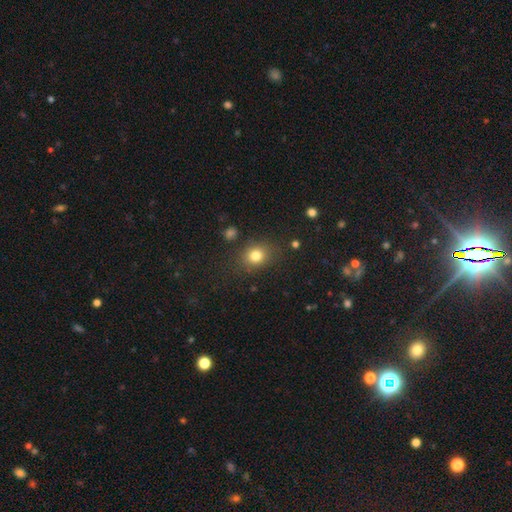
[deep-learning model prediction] Q: Smooth or featured?
A: smooth (80%); runner-up: star or artifact (13%)
Q: How rounded?
A: round (68%); runner-up: in between (31%)
Q: Merging?
A: none (82%); runner-up: minor disturbance (11%)